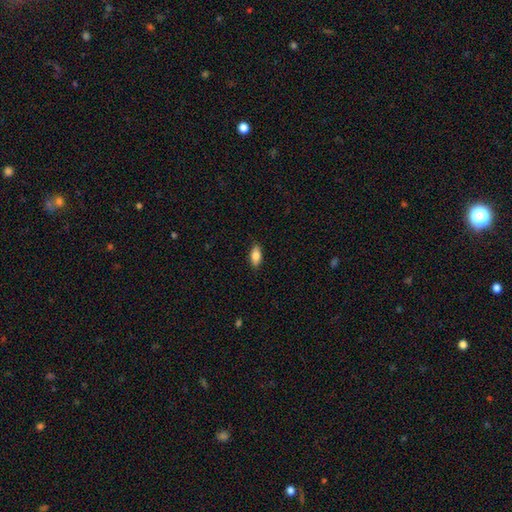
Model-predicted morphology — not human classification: smooth_or_featured: smooth (p=0.84) [alt: featured or disk p=0.09]
how_rounded: in between (p=0.89) [alt: cigar-shaped p=0.08]
merging: none (p=0.87) [alt: minor disturbance p=0.10]